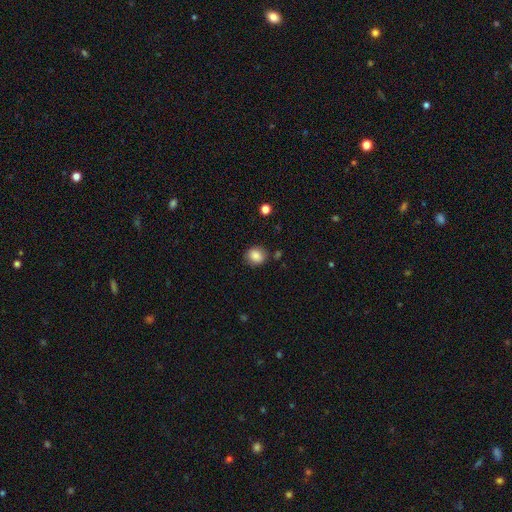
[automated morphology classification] smooth-or-featured: smooth: 86% | star or artifact: 9% | featured or disk: 5%
  how-rounded: round: 72% | in between: 27% | cigar-shaped: 1%
  merging: none: 84% | minor disturbance: 11% | major disturbance: 3% | merger: 2%